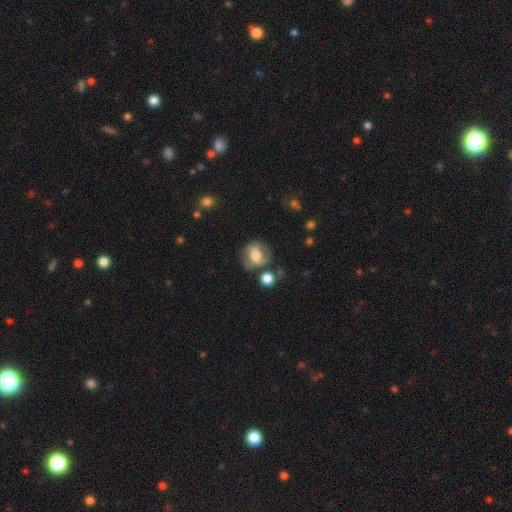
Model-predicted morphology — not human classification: A featured or disk galaxy (53%) with a weak bar (41%), spiral arms (78%) and a moderate central bulge (60%). Merging: none (66%).